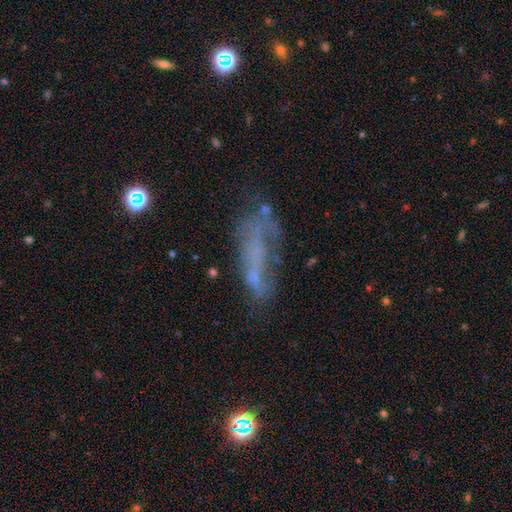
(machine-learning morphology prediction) Overall: featured or disk (46%; smooth 36%). Merging: none (40%; major disturbance 29%).